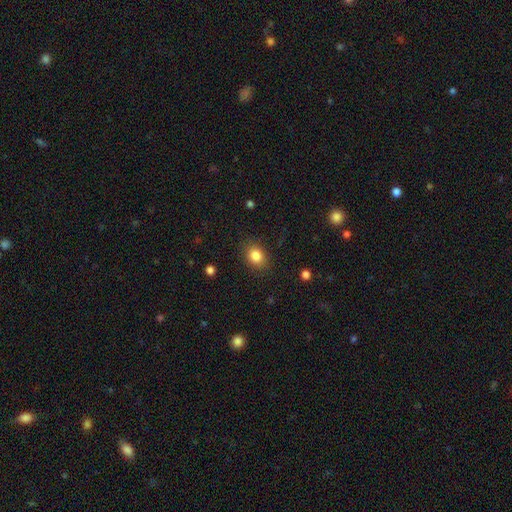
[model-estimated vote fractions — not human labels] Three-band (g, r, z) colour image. It shows a smooth galaxy with no disk features (85%) that is in between round and cigar-shaped (57%). Merging: none (86%).